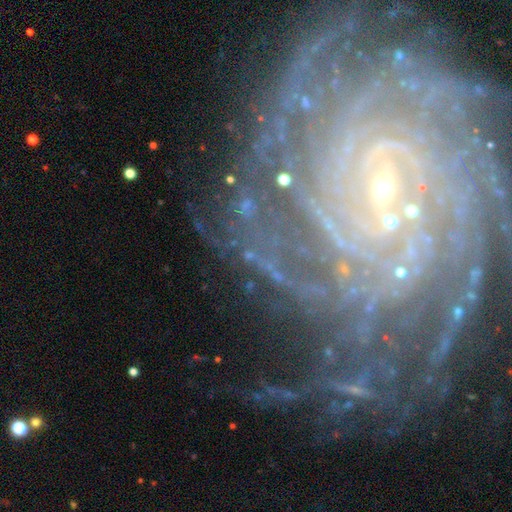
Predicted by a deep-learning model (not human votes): Smooth or featured?
  - featured or disk: 73% *
  - star or artifact: 18%
  - smooth: 9%
Edge-on disk?
  - no: 94% *
  - yes: 6%
Bar?
  - no: 45% *
  - weak: 29%
  - strong: 27%
Spiral arms?
  - yes: 96% *
  - no: 4%
Spiral winding?
  - tight: 77% *
  - medium: 18%
  - loose: 6%
Spiral arm count?
  - can't tell: 24% *
  - more than 4: 17%
  - 3: 16%
  - 4: 15%
  - 2: 15%
  - 1: 12%
Bulge size?
  - small: 73% *
  - moderate: 17%
  - none: 5%
  - large: 3%
  - dominant: 2%
Merging?
  - none: 72% *
  - minor disturbance: 15%
  - major disturbance: 9%
  - merger: 3%